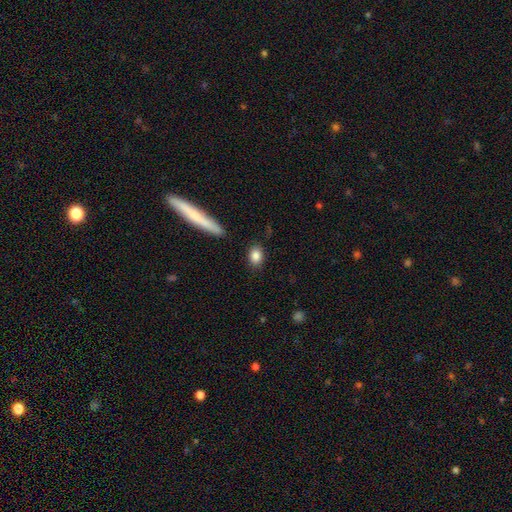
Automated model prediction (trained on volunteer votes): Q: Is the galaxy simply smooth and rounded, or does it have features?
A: smooth — 86%.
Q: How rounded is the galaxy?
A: in between — 68%.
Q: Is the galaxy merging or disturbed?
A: none — 86%.